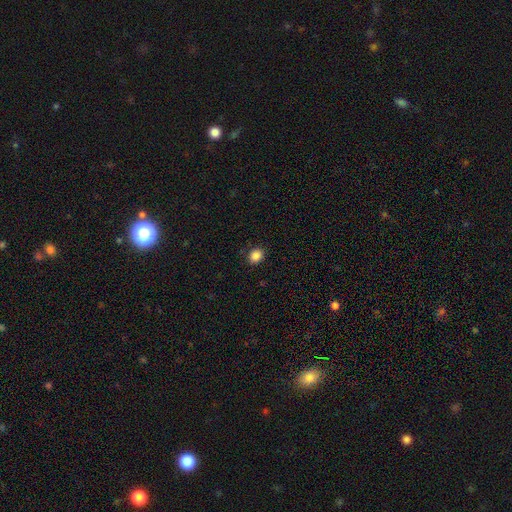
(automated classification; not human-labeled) Smooth or featured? Predicted: smooth (p=0.86). How rounded? Predicted: round (p=0.65). Merging? Predicted: none (p=0.89).